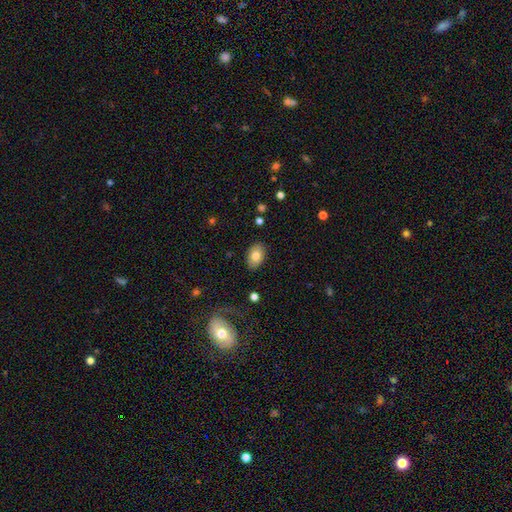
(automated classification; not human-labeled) The model was most divided on "smooth or featured": smooth: 79%, featured or disk: 13%, star or artifact: 8%. More confident: how rounded — in between (87%); merging — none (86%).